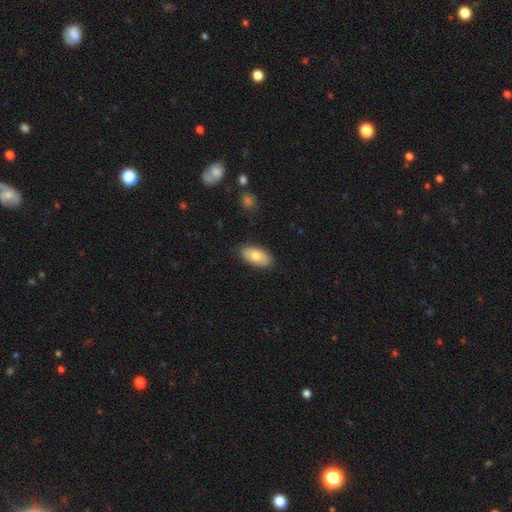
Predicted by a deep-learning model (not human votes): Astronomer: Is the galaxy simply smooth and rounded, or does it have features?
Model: smooth — 77%.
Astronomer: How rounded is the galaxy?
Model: in between — 94%.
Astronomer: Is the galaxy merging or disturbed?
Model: none — 83%.